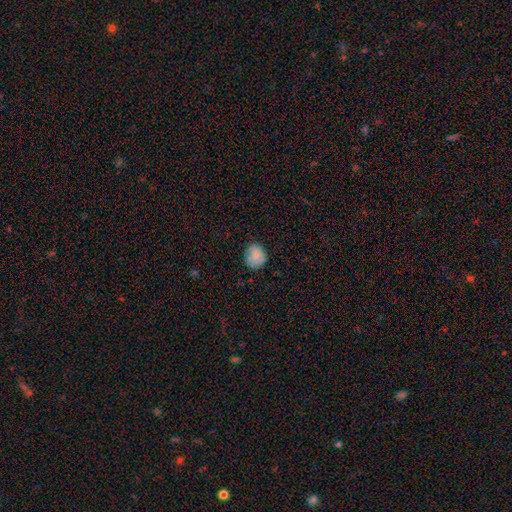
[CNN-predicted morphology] Smooth or featured: smooth — 82% (featured or disk — 10%)
How rounded: round — 76% (in between — 23%)
Merging: none — 76% (minor disturbance — 19%)